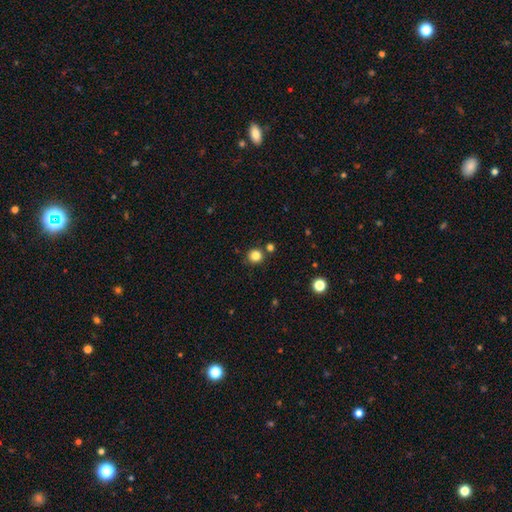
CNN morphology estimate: The model was most divided on "smooth or featured": smooth: 83%, star or artifact: 12%, featured or disk: 5%. More confident: how rounded — round (92%); merging — none (84%).